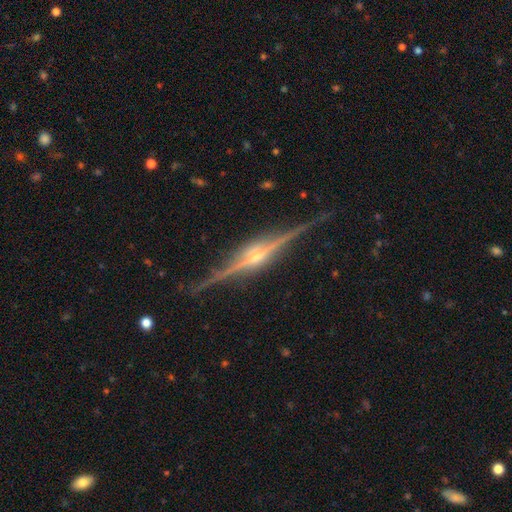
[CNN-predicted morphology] This is clearly a featured or disk galaxy (91%). It is clearly viewed edge-on (98%). Edge-on bulge: clearly rounded (85%). Merging: clearly none (88%).